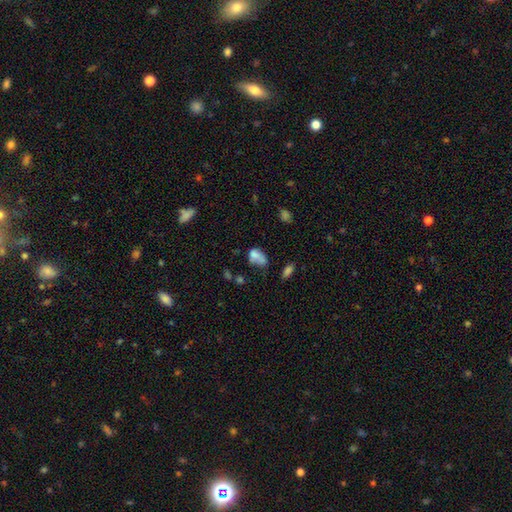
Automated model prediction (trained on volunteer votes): A smooth galaxy with no disk features (70%) that is in between round and cigar-shaped (79%). Merging: none (27%).